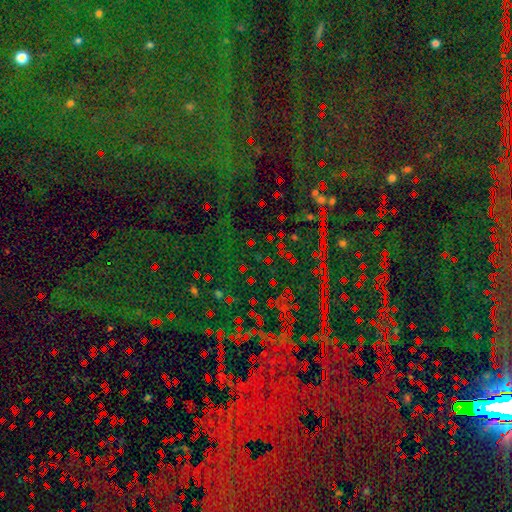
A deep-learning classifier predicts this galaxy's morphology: Q: Smooth or featured?
A: star or artifact (89%); runner-up: featured or disk (6%)